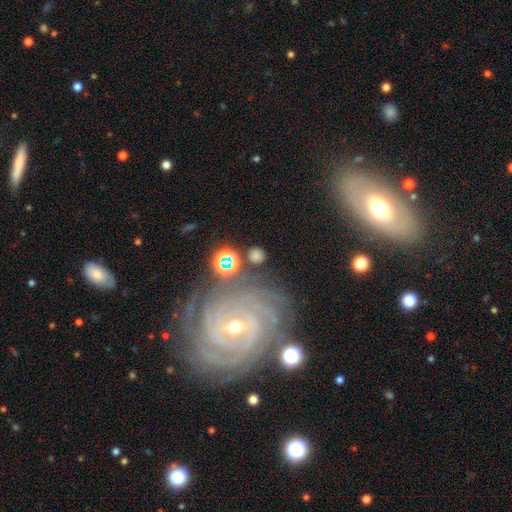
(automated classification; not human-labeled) Smooth or featured? Predicted: smooth (p=0.64). How rounded? Predicted: round (p=0.82). Merging? Predicted: none (p=0.79).